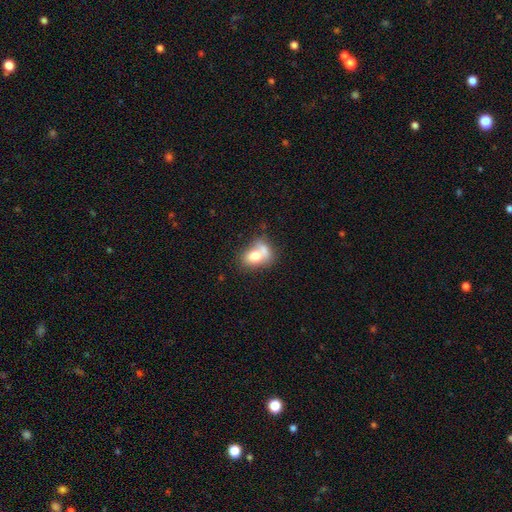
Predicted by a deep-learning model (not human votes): Smooth or featured?
  - smooth: 71% *
  - featured or disk: 20%
  - star or artifact: 8%
How rounded?
  - in between: 67% *
  - round: 32%
  - cigar-shaped: 2%
Merging?
  - merger: 56% *
  - none: 24%
  - minor disturbance: 12%
  - major disturbance: 8%